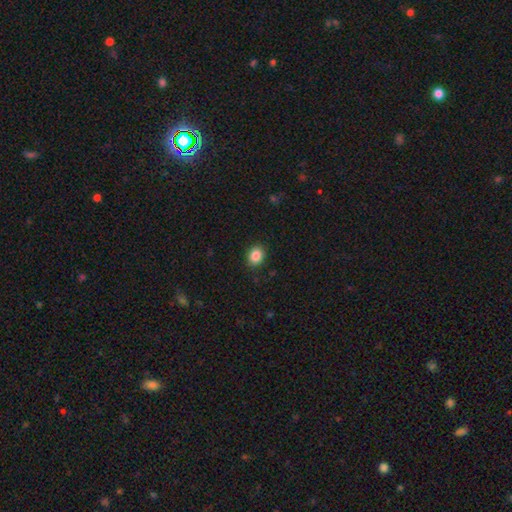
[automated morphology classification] Overall: smooth (87%). How rounded: round (57%; in between 42%). Merging: none (90%).